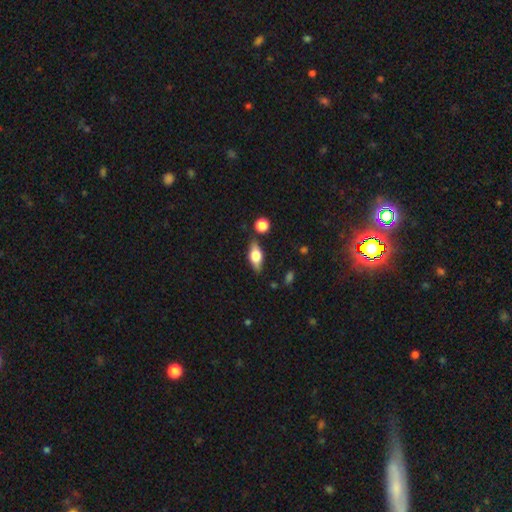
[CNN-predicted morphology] This appears to be a smooth galaxy with no disk features (52%) that is in between round and cigar-shaped (76%). Merging: none (81%).